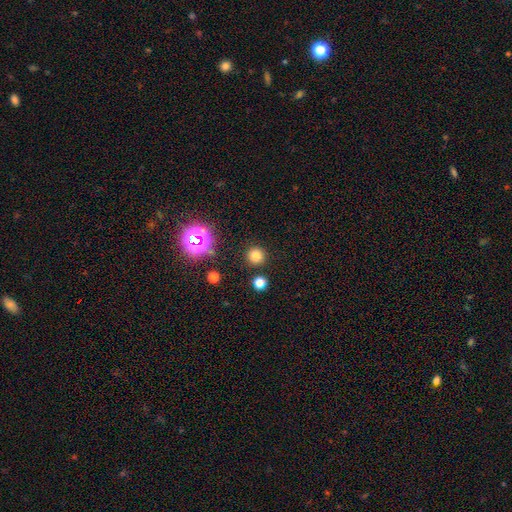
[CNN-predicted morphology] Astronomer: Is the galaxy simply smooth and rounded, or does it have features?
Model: smooth — 75%.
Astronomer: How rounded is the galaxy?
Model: round — 95%.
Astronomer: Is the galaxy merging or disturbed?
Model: none — 90%.